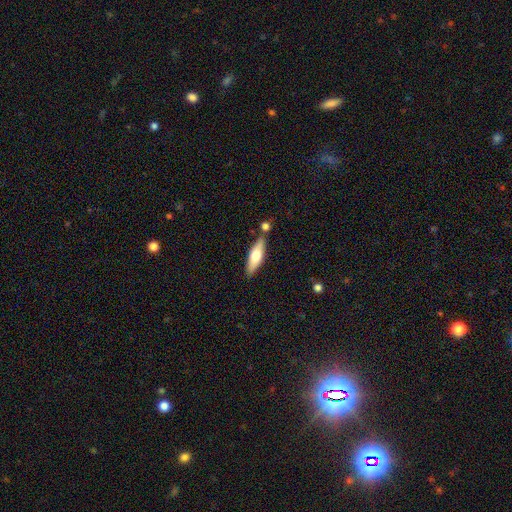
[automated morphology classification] Smooth or featured? smooth (59%)
How rounded? cigar-shaped (53%)
Merging? none (74%)